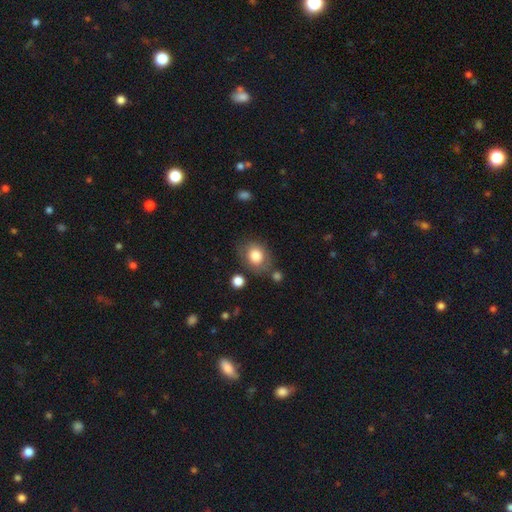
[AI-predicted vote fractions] Q: Smooth or featured?
A: smooth (78%); runner-up: featured or disk (14%)
Q: How rounded?
A: round (53%); runner-up: in between (46%)
Q: Merging?
A: none (67%); runner-up: minor disturbance (19%)